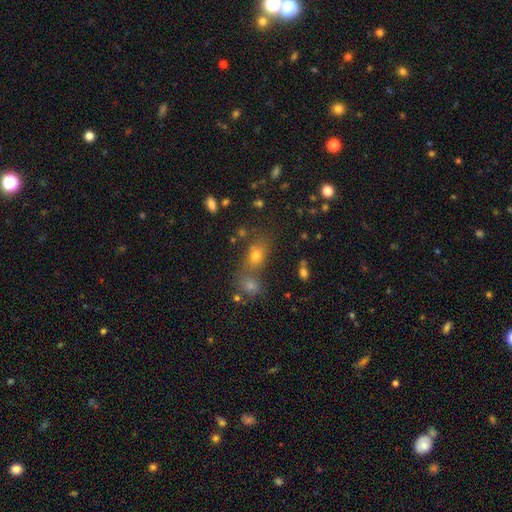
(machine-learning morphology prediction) Overall: smooth (68%). How rounded: in between (58%; round 39%). Merging: none (51%; merger 34%).